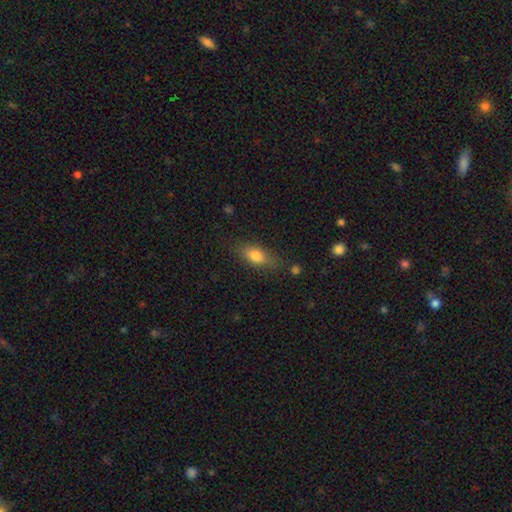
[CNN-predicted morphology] Smooth or featured? smooth (79%)
How rounded? in between (79%)
Merging? none (75%)